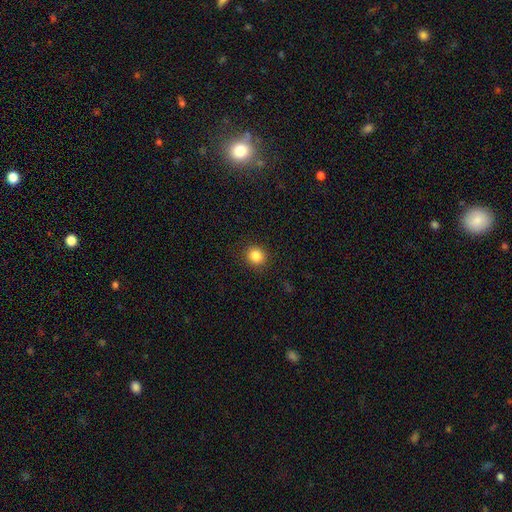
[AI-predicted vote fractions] Smooth or featured? smooth (85%)
How rounded? round (85%)
Merging? none (90%)